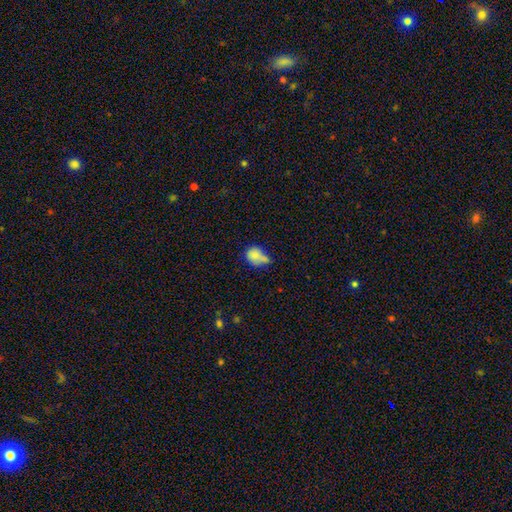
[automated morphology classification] Smooth or featured: smooth — 77% (featured or disk — 13%)
How rounded: round — 52% (in between — 46%)
Merging: none — 32% (tied with merger — 32%)